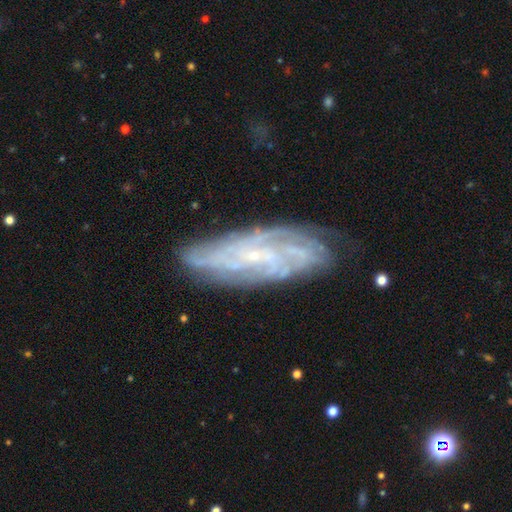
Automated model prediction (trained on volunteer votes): Q: Smooth or featured?
A: featured or disk (84%); runner-up: smooth (9%)
Q: Edge-on disk?
A: no (88%); runner-up: yes (12%)
Q: Bar?
A: no (61%); runner-up: weak (29%)
Q: Spiral arms?
A: yes (95%); runner-up: no (5%)
Q: Spiral winding?
A: tight (65%); runner-up: medium (27%)
Q: Spiral arm count?
A: can't tell (36%); runner-up: 4 (20%)
Q: Bulge size?
A: small (84%); runner-up: moderate (10%)
Q: Merging?
A: none (78%); runner-up: minor disturbance (15%)